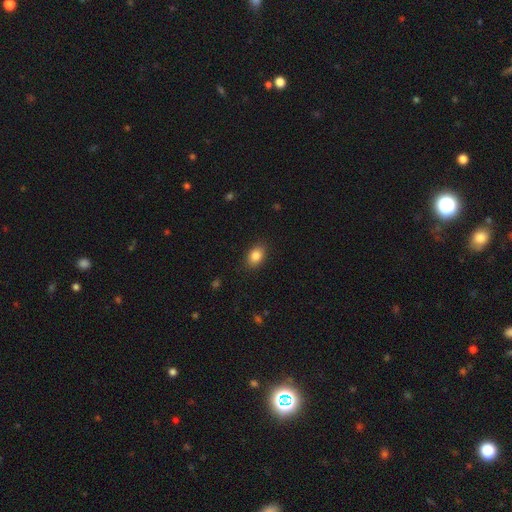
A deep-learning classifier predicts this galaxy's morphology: A smooth galaxy with no disk features (86%) that is in between round and cigar-shaped (78%). Merging: none (87%).